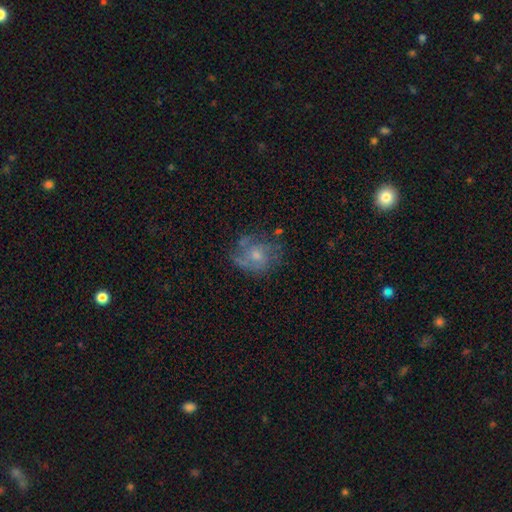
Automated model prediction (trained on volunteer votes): Morphology: type=featured or disk (59%); edge-on=no (98%); bar=no (76%); spiral arms=yes (74%); bulge=small (46%); merging=none (61%).